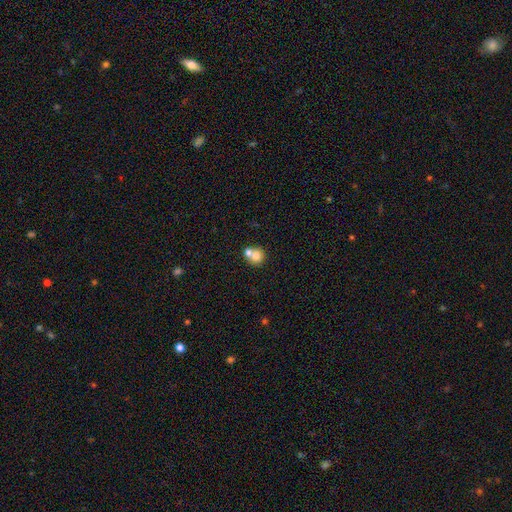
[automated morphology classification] This appears to be a smooth galaxy with no disk features (72%) that is round (85%). Merging: merger (53%).